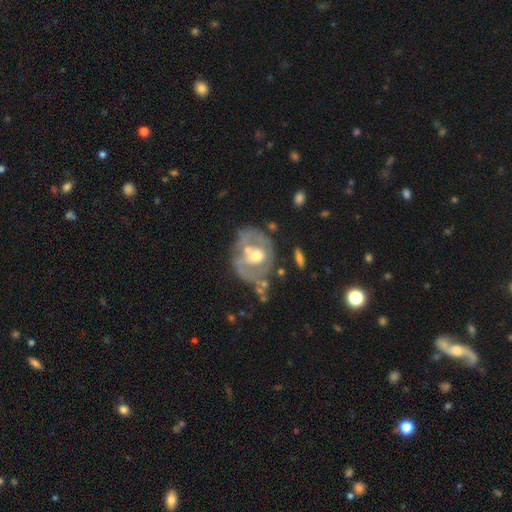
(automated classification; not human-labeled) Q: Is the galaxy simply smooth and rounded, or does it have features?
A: featured or disk — 68%.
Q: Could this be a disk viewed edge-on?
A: no — 96%.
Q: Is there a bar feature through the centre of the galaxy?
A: no — 76%.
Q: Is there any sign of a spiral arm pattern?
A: no — 60%.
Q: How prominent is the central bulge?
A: moderate — 71%.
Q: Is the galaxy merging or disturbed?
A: none — 50%.